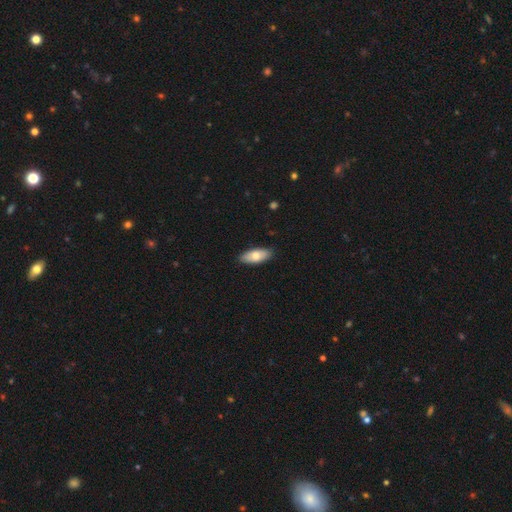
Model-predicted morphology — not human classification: Smooth or featured?
  - smooth: 74% *
  - featured or disk: 21%
  - star or artifact: 6%
How rounded?
  - in between: 85% *
  - cigar-shaped: 13%
  - round: 2%
Merging?
  - none: 88% *
  - minor disturbance: 10%
  - major disturbance: 2%
  - merger: 1%